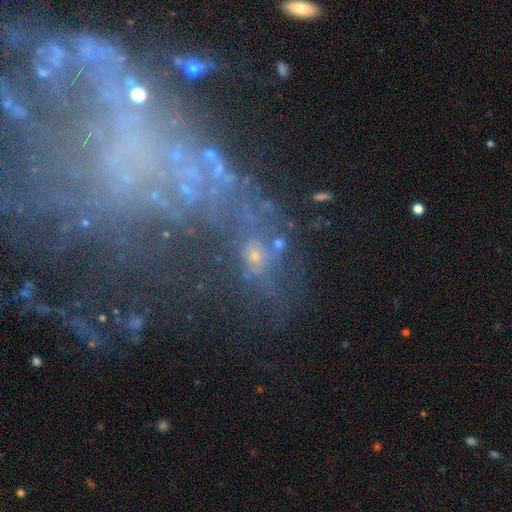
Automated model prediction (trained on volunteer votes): The model was most divided on "merging": none: 33%, merger: 27%, major disturbance: 24%, minor disturbance: 16%. Remaining: smooth or featured — featured or disk (44%).